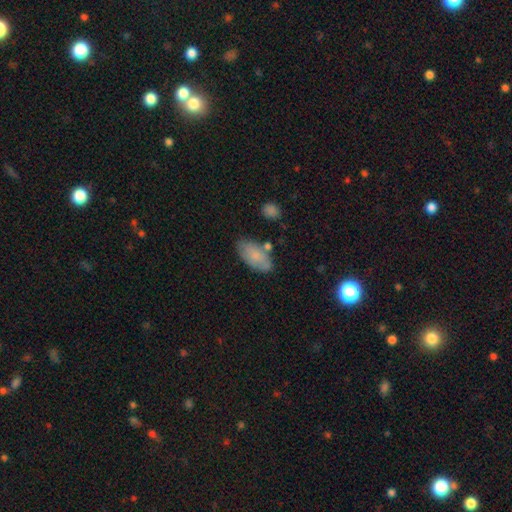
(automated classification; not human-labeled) Overall: smooth (76%). How rounded: in between (93%). Merging: none (71%).